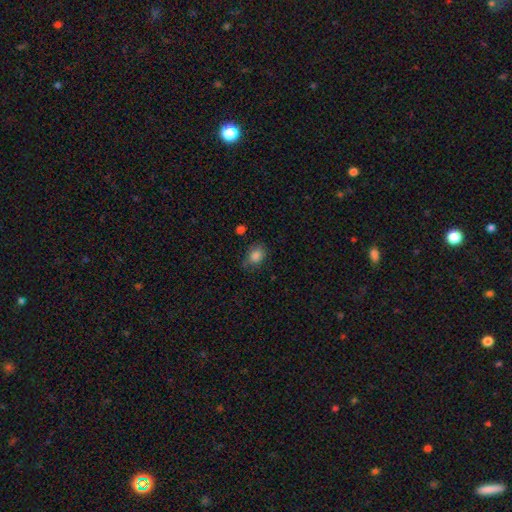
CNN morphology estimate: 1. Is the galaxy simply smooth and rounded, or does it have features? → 83% smooth, 10% star or artifact, 7% featured or disk.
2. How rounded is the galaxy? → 61% in between, 38% round, 1% cigar-shaped.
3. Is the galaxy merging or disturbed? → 63% none, 26% minor disturbance, 8% major disturbance, 3% merger.